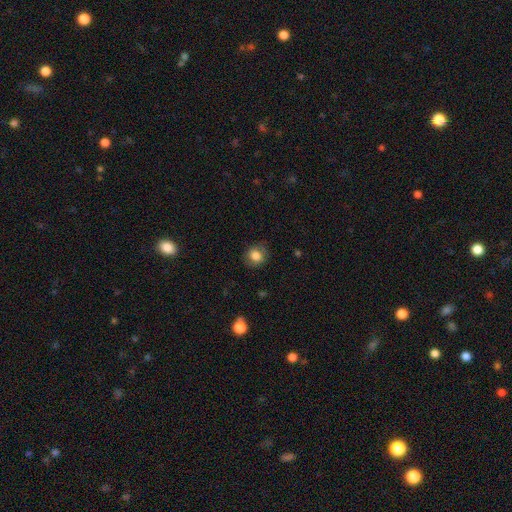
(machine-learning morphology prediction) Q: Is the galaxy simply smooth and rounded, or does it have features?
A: smooth — 81%.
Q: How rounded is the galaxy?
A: round — 74%.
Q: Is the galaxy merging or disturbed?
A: none — 79%.